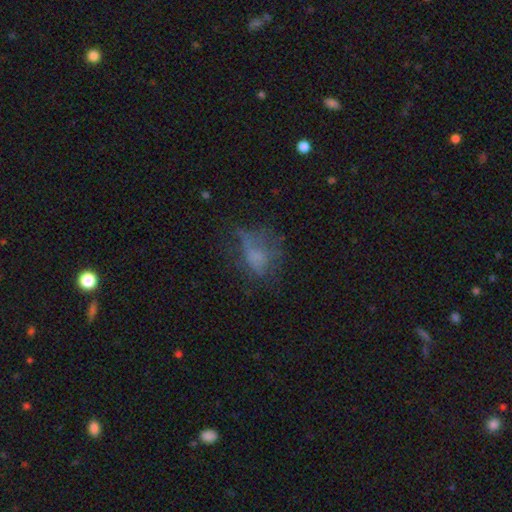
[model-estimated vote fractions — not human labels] This appears to be a smooth galaxy with no disk features (49%). Merging: major disturbance (38%).